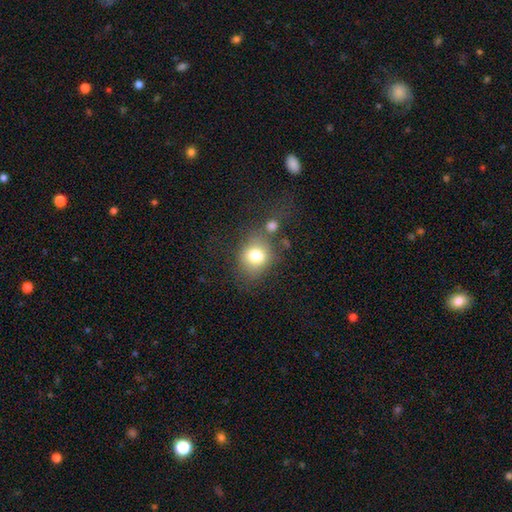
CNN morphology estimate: Smooth or featured?
  - smooth: 77% *
  - featured or disk: 12%
  - star or artifact: 11%
How rounded?
  - round: 66% *
  - in between: 33%
  - cigar-shaped: 1%
Merging?
  - none: 59% *
  - minor disturbance: 16%
  - merger: 15%
  - major disturbance: 10%